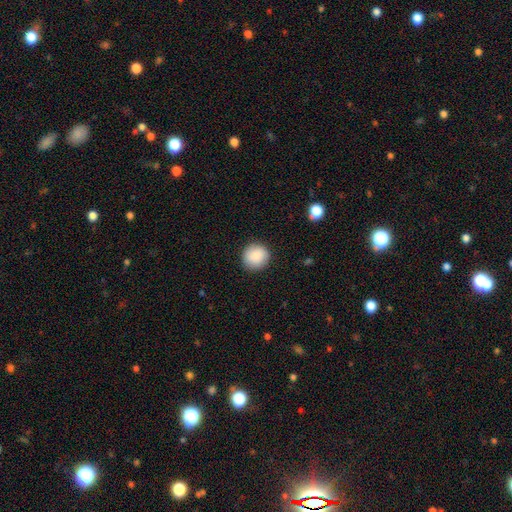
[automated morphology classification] Smooth or featured?
  - smooth: 87% *
  - star or artifact: 7%
  - featured or disk: 6%
How rounded?
  - round: 92% *
  - in between: 7%
  - cigar-shaped: 1%
Merging?
  - none: 89% *
  - minor disturbance: 8%
  - major disturbance: 2%
  - merger: 1%